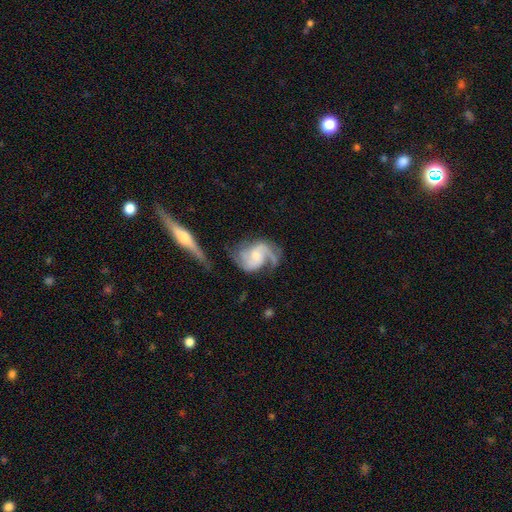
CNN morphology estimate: The model was most divided on "bulge size" (2-way tie): small: 45%, moderate: 45%, none: 5%, large: 4%, dominant: 1%. Remaining: edge-on disk — no (97%); spiral arms — yes (97%); smooth or featured — featured or disk (87%); spiral arm count — 2 (70%); bar — no (56%); merging — none (50%); spiral winding — medium (49%).